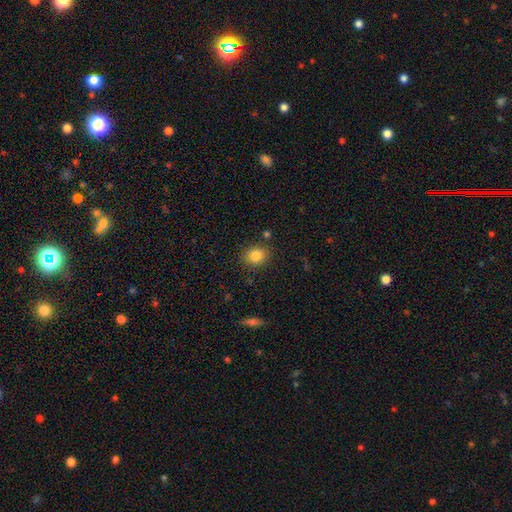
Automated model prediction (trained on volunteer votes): smooth 84%, star or artifact 10%, featured or disk 6%. Down the decision tree: how rounded — round (63%); merging — none (84%).